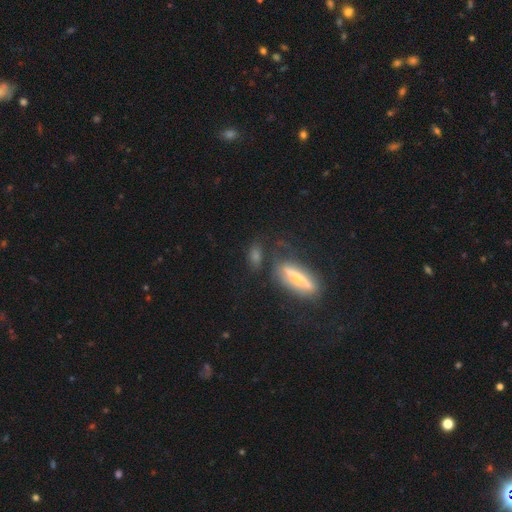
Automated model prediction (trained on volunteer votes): smooth-or-featured: smooth: 48% | featured or disk: 37% | star or artifact: 15%
  merging: none: 57% | minor disturbance: 19% | merger: 13% | major disturbance: 12%